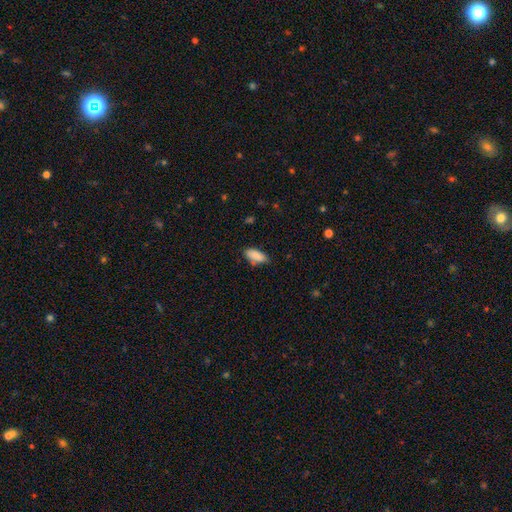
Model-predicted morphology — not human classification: Smooth or featured?
  - smooth: 87% *
  - star or artifact: 7%
  - featured or disk: 6%
How rounded?
  - in between: 85% *
  - cigar-shaped: 13%
  - round: 2%
Merging?
  - none: 68% *
  - minor disturbance: 25%
  - major disturbance: 4%
  - merger: 3%